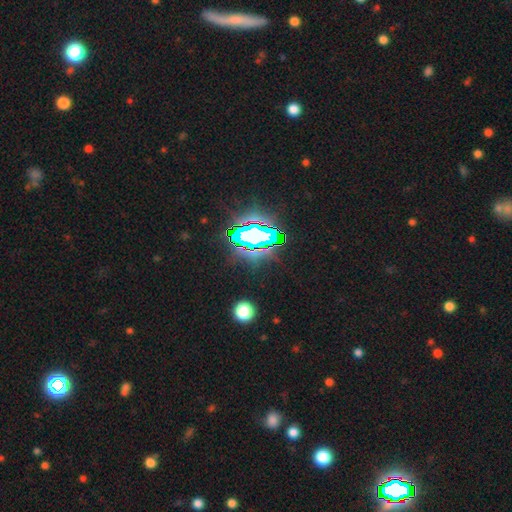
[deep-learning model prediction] Q: Smooth or featured?
A: star or artifact (83%); runner-up: smooth (11%)